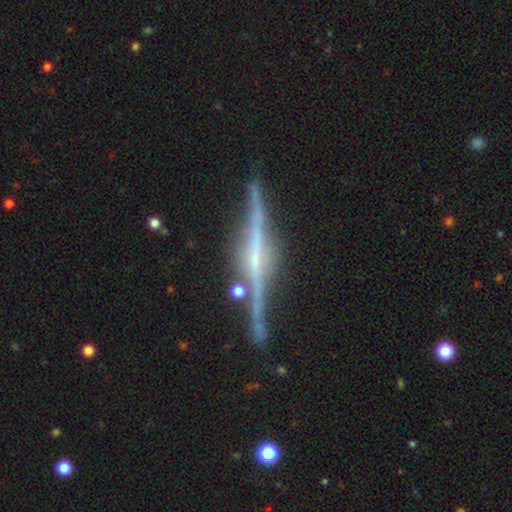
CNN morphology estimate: A featured or disk galaxy (87%) viewed edge-on (98%) with a rounded central bulge (54%). Merging: none (84%).